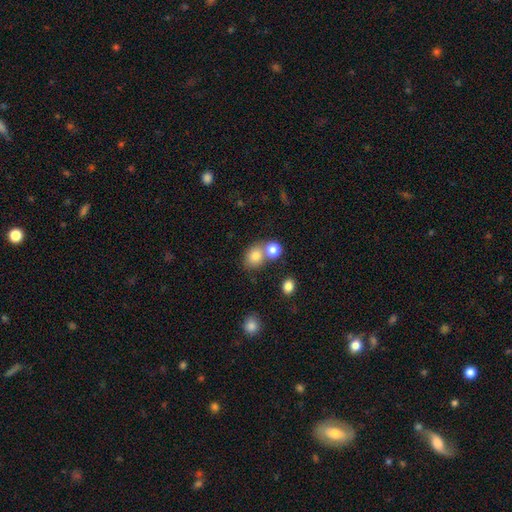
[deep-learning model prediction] smooth 80%, star or artifact 11%, featured or disk 9%. Down the decision tree: how rounded — round (62%); merging — none (48%).